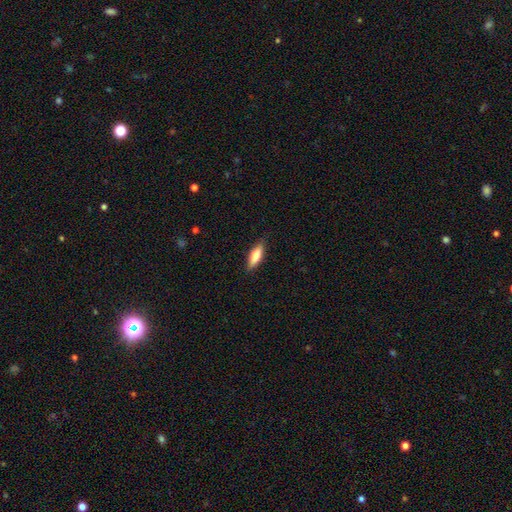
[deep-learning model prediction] Overall: smooth (74%). How rounded: cigar-shaped (49%, tied with in between). Merging: none (85%).